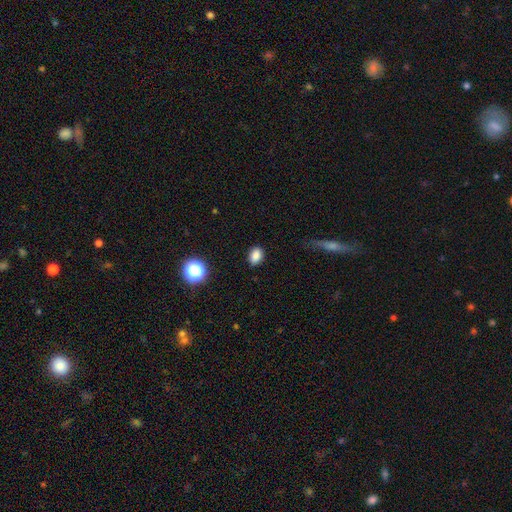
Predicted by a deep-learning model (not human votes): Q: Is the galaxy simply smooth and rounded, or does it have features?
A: smooth — 85%.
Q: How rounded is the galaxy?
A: in between — 77%.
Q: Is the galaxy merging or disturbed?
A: none — 86%.